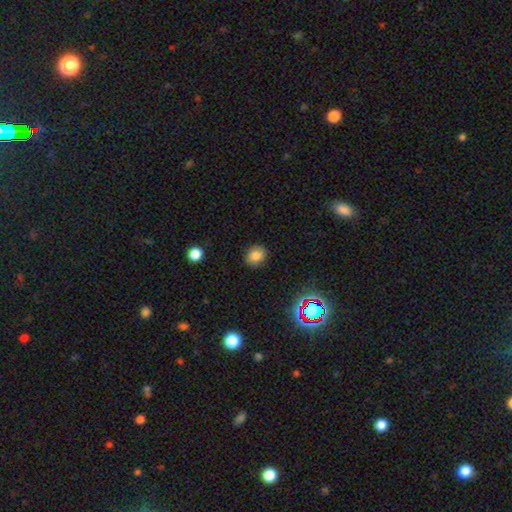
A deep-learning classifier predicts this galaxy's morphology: This is clearly a smooth galaxy (81%). How rounded: likely round (65%). Merging: clearly none (87%).